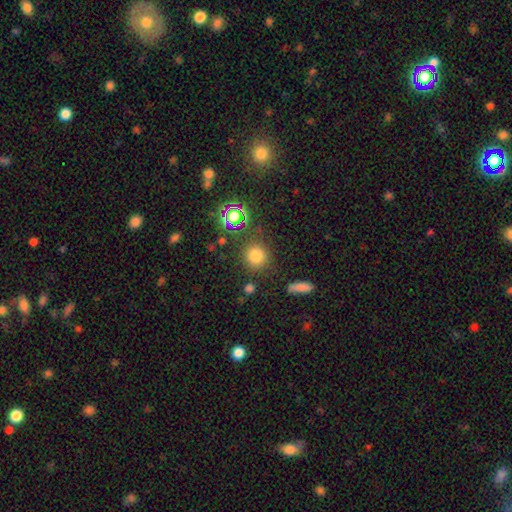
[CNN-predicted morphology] A smooth galaxy with no disk features (76%) that is round (89%).

Vote fractions:
- Smooth or featured? smooth: 76% / star or artifact: 18% / featured or disk: 6%
- How rounded? round: 89% / in between: 10% / cigar-shaped: 1%
- Merging? none: 82% / minor disturbance: 9% / merger: 5% / major disturbance: 4%